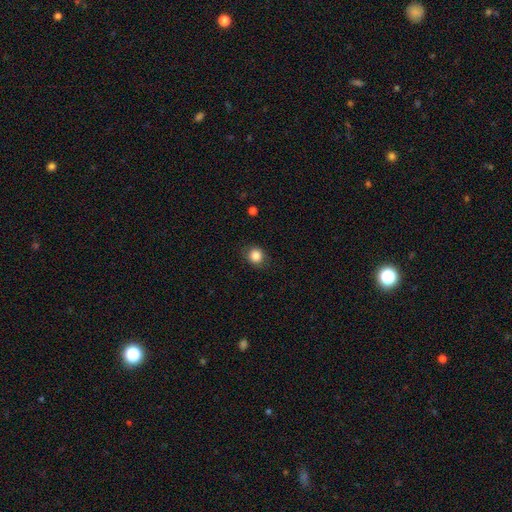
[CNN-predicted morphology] A smooth galaxy with no disk features (85%) that is round (80%).

Vote fractions:
- Smooth or featured? smooth: 85% / star or artifact: 10% / featured or disk: 5%
- How rounded? round: 80% / in between: 19% / cigar-shaped: 1%
- Merging? none: 83% / minor disturbance: 12% / major disturbance: 4% / merger: 1%